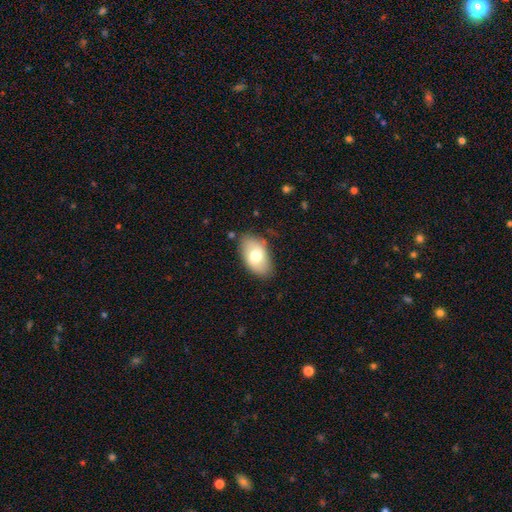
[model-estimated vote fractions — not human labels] A smooth galaxy with no disk features (70%) that is in between round and cigar-shaped (93%). Merging: none (77%).